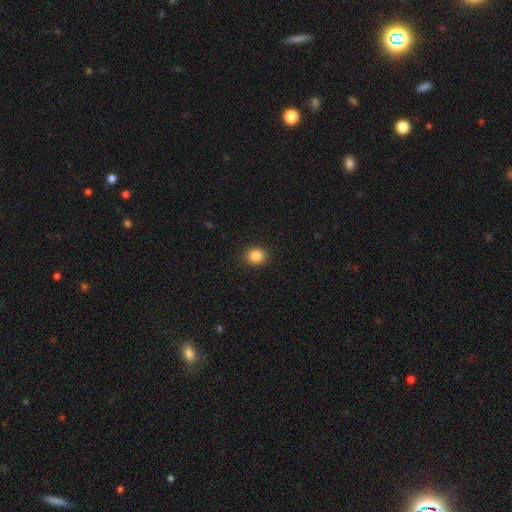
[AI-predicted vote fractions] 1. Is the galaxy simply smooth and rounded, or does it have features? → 86% smooth, 10% star or artifact, 4% featured or disk.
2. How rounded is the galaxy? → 76% round, 23% in between, 1% cigar-shaped.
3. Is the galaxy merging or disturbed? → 91% none, 6% minor disturbance, 2% major disturbance, 1% merger.